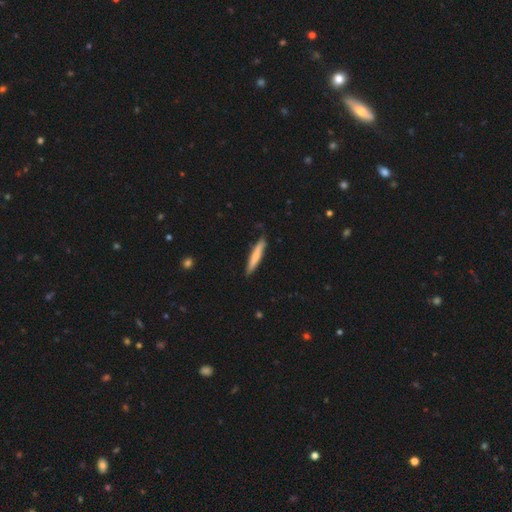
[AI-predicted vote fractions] Q: Smooth or featured?
A: smooth (72%); runner-up: featured or disk (23%)
Q: How rounded?
A: cigar-shaped (93%); runner-up: in between (6%)
Q: Merging?
A: none (83%); runner-up: minor disturbance (14%)